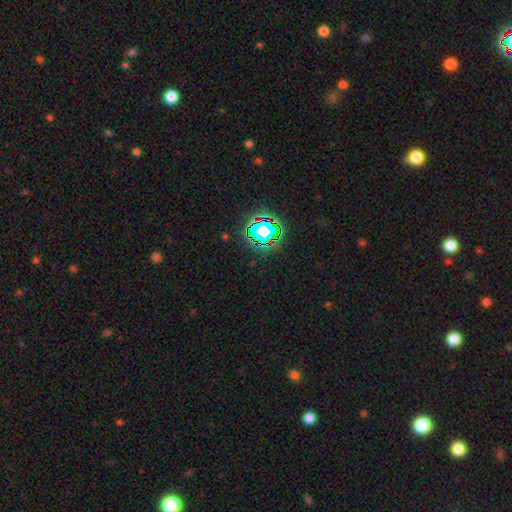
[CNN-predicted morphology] This is likely a star or artifact rather than a galaxy (79%).